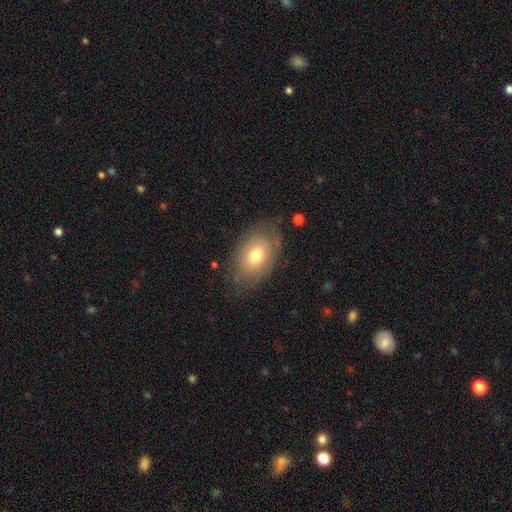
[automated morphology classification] smooth_or_featured: smooth (p=0.63) [alt: featured or disk p=0.29]
how_rounded: in between (p=0.87) [alt: round p=0.11]
merging: none (p=0.74) [alt: minor disturbance p=0.18]